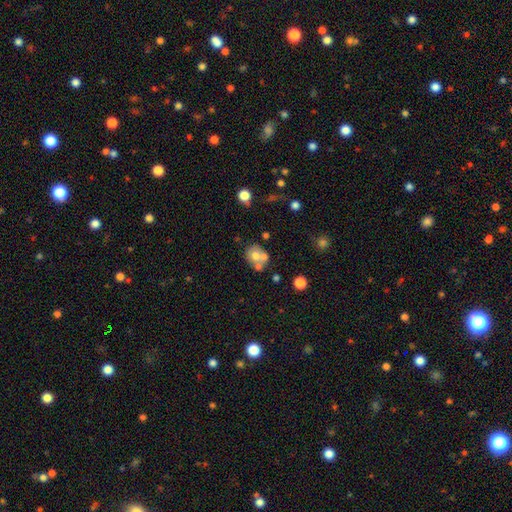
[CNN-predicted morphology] A smooth galaxy with no disk features (61%) that is round (68%).

Vote fractions:
- Smooth or featured? smooth: 61% / featured or disk: 27% / star or artifact: 11%
- How rounded? round: 68% / in between: 31% / cigar-shaped: 1%
- Merging? none: 42% / merger: 41% / minor disturbance: 11% / major disturbance: 5%